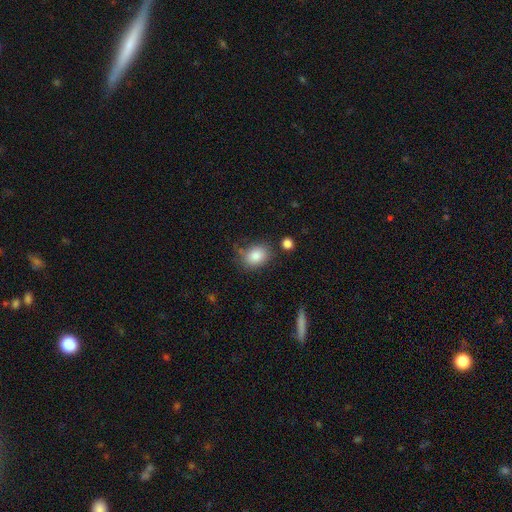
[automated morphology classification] This appears to be a smooth galaxy with no disk features (83%) that is in between round and cigar-shaped (61%). Merging: none (67%).